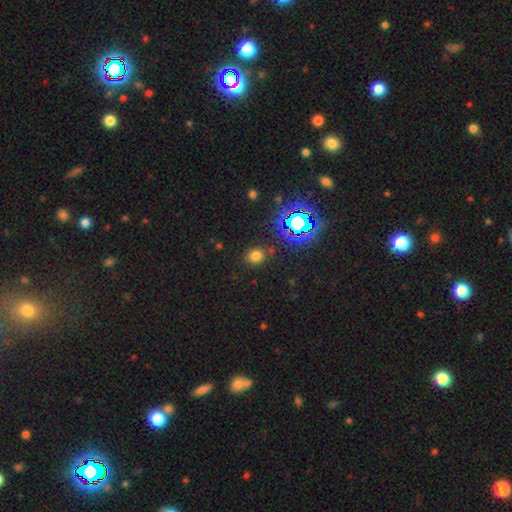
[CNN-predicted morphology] This is likely a smooth galaxy (69%). How rounded: likely round (72%). Merging: clearly none (85%).